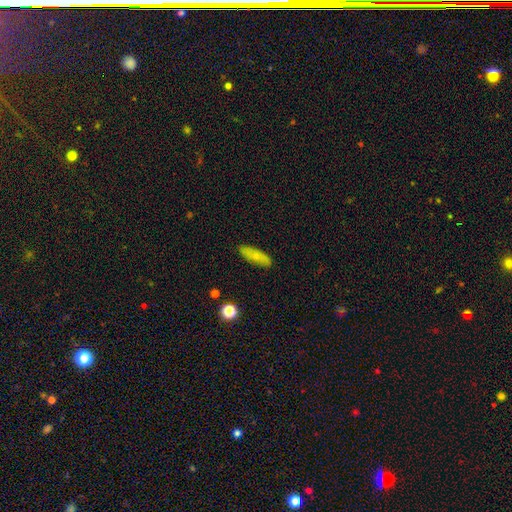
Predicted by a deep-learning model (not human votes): smooth_or_featured: smooth (p=0.69) [alt: featured or disk p=0.23]
how_rounded: in between (p=0.51) [alt: cigar-shaped p=0.46]
merging: none (p=0.86) [alt: minor disturbance p=0.11]